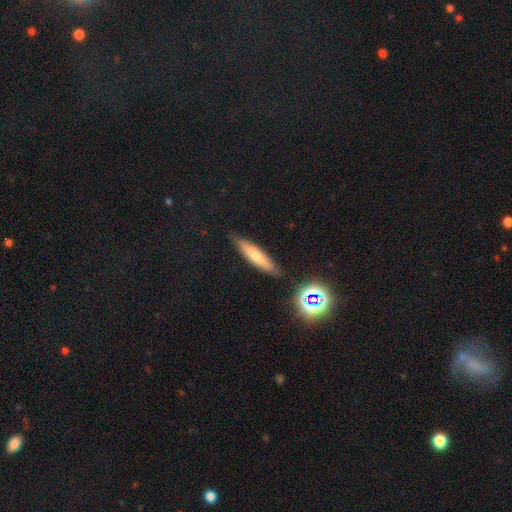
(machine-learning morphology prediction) The model was most divided on "smooth or featured": smooth: 60%, featured or disk: 31%, star or artifact: 9%. More confident: merging — none (83%); how rounded — cigar-shaped (81%).